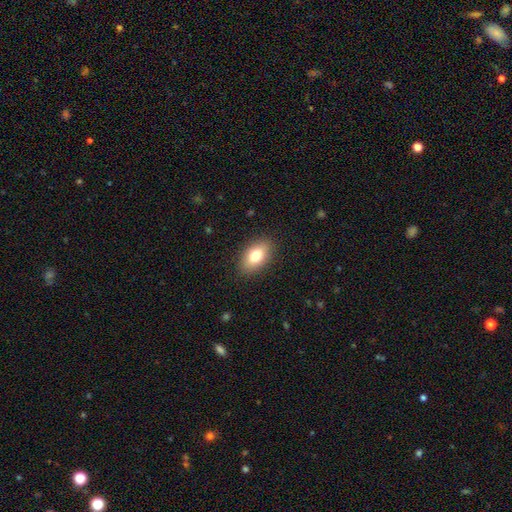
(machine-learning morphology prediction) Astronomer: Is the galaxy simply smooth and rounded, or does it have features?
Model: smooth — 77%.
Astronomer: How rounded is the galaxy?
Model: in between — 89%.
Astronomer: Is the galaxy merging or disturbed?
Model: none — 88%.